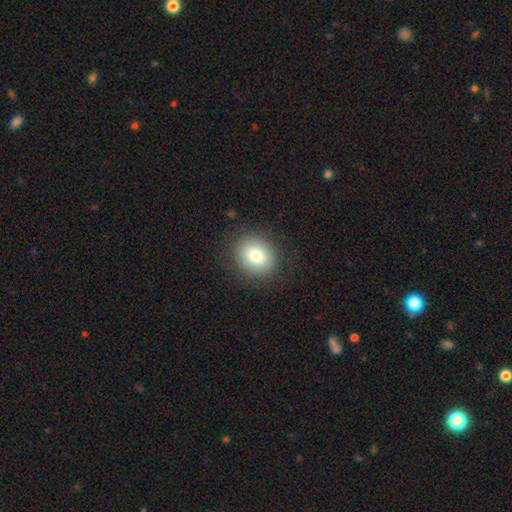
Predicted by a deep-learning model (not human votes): smooth_or_featured: smooth (p=0.80) [alt: featured or disk p=0.11]
how_rounded: round (p=0.65) [alt: in between p=0.34]
merging: none (p=0.86) [alt: minor disturbance p=0.09]